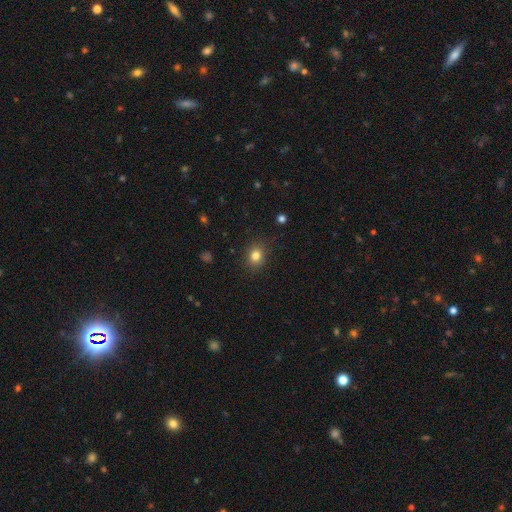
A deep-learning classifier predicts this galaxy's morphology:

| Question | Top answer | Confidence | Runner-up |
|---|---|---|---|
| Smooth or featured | smooth | 80% | star or artifact (13%) |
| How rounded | round | 71% | in between (29%) |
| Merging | none | 87% | minor disturbance (9%) |